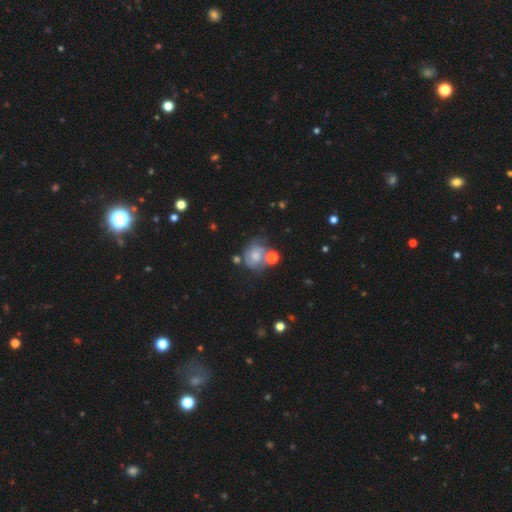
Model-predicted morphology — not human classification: Overall: featured or disk (61%; smooth 29%). Edge-on disk: no (98%). Bar: no (72%). Spiral arms: yes (86%). Spiral arm count: 2 (60%; can't tell 22%). Spiral winding: tight (54%; medium 35%). Bulge size: small (43%, tied with moderate). Merging: none (48%; minor disturbance 21%).